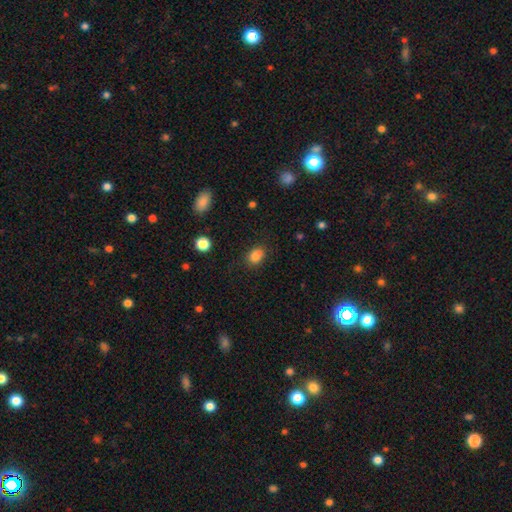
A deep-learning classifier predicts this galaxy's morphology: smooth 82%, star or artifact 11%, featured or disk 6%. Down the decision tree: how rounded — in between (65%); merging — none (78%).